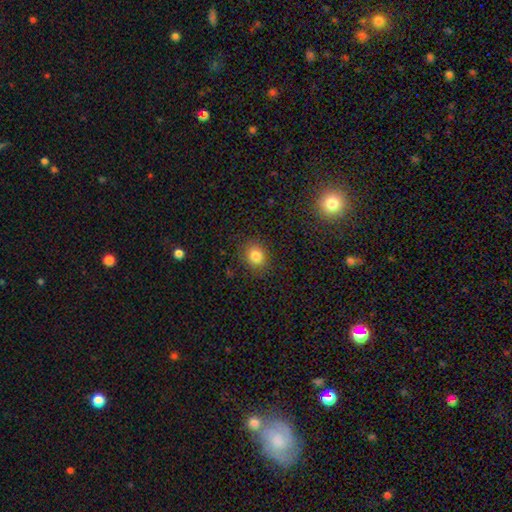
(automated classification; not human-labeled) smooth 82%, star or artifact 12%, featured or disk 6%. Down the decision tree: how rounded — round (65%); merging — none (85%).